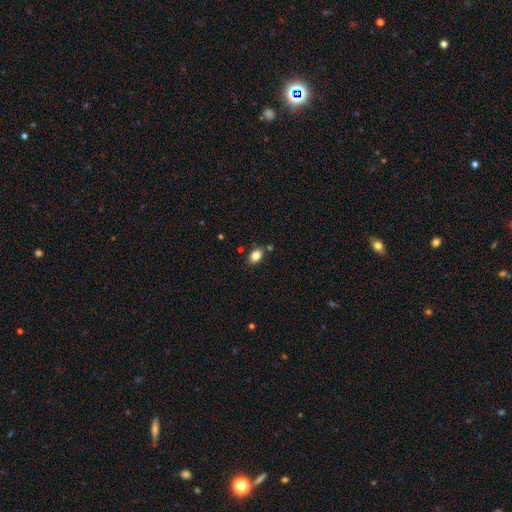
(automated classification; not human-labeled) Morphology: type=smooth (83%); roundness=in between (84%); merging=none (79%).